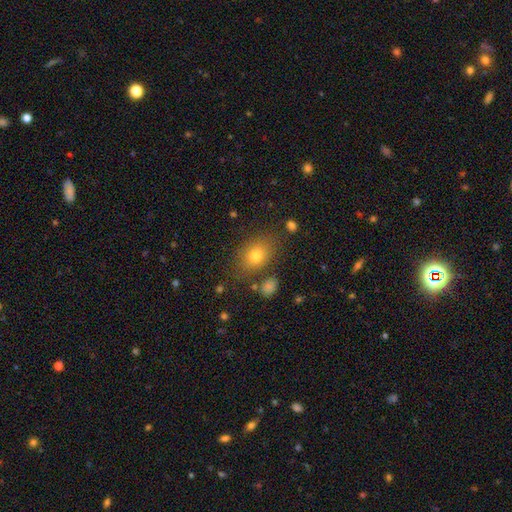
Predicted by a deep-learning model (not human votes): Smooth or featured: smooth — 76% (star or artifact — 13%)
How rounded: in between — 67% (round — 31%)
Merging: none — 78% (minor disturbance — 13%)